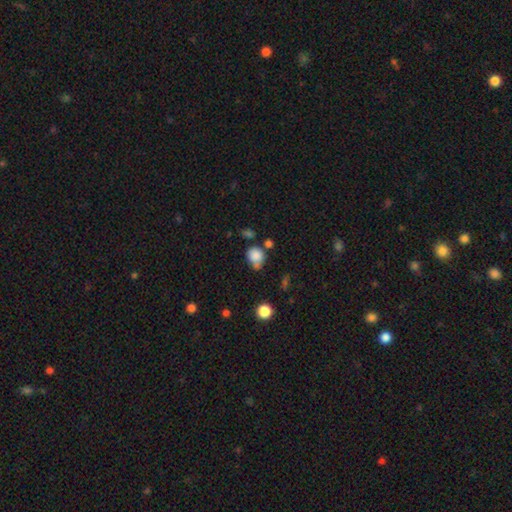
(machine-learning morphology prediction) Smooth or featured?
  - smooth: 82% *
  - star or artifact: 11%
  - featured or disk: 7%
How rounded?
  - round: 72% *
  - in between: 27%
  - cigar-shaped: 1%
Merging?
  - none: 49% *
  - minor disturbance: 26%
  - merger: 17%
  - major disturbance: 8%